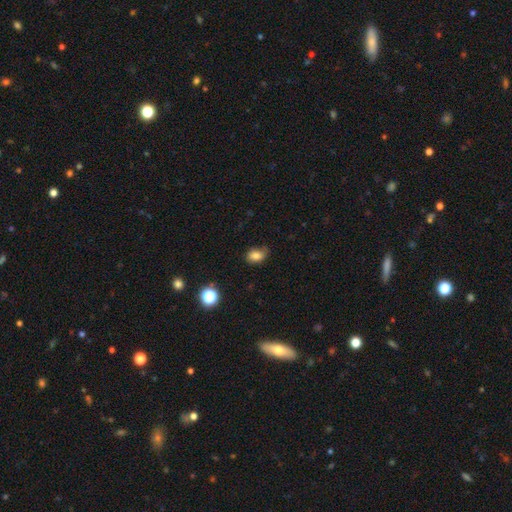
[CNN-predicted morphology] Smooth or featured: smooth — 79% (star or artifact — 12%)
How rounded: in between — 70% (round — 29%)
Merging: none — 61% (minor disturbance — 30%)